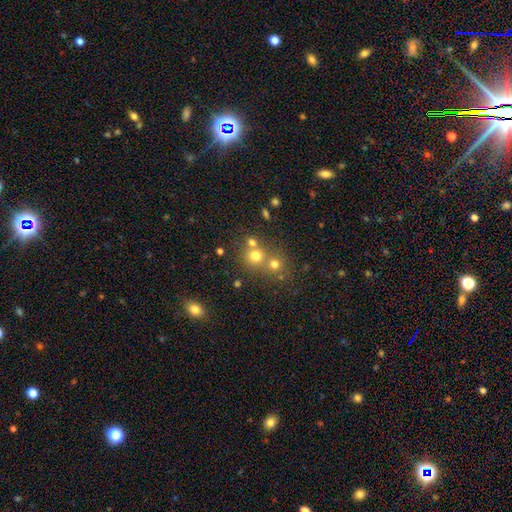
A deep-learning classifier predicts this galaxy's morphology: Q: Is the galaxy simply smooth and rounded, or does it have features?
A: smooth — 69%.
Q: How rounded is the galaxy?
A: round — 86%.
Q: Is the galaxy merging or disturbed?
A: none — 52%.